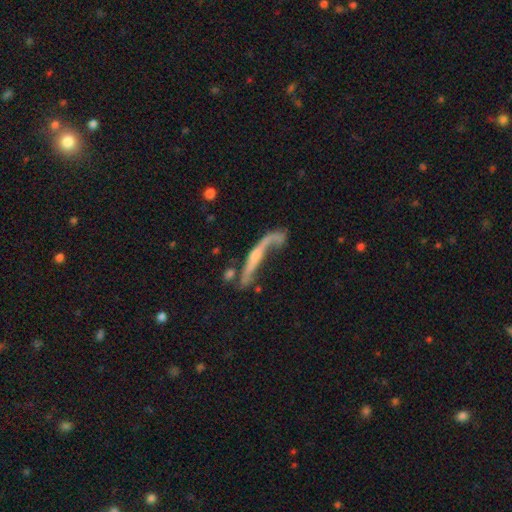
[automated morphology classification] This is likely a featured or disk galaxy (65%). It is likely viewed edge-on (61%). Merging: marginally major disturbance (34%).